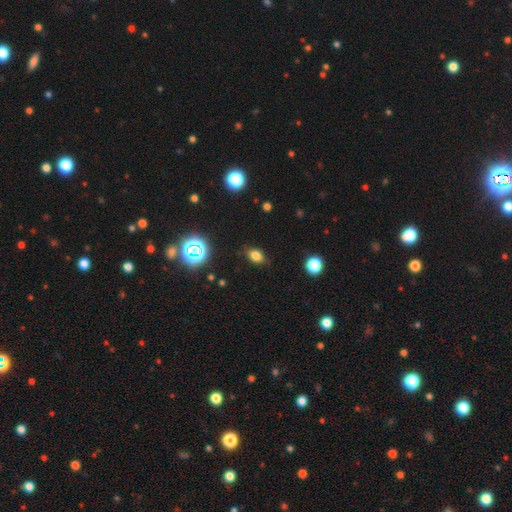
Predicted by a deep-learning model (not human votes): This is likely a smooth galaxy (76%). How rounded: likely in between (75%). Merging: clearly none (82%).